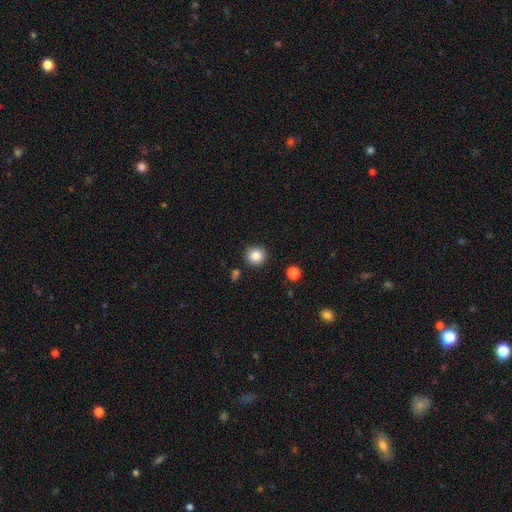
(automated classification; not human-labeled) Smooth or featured? smooth (86%)
How rounded? round (94%)
Merging? none (89%)